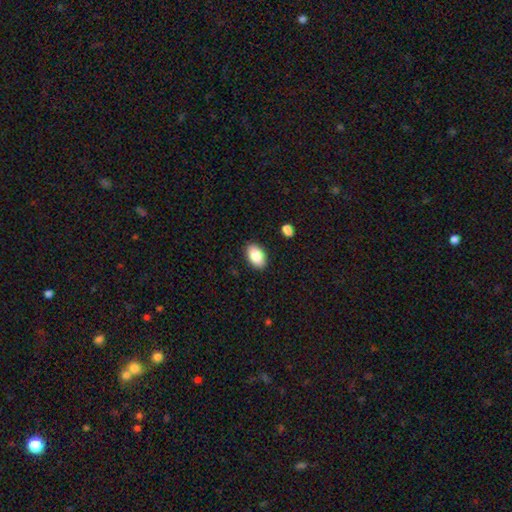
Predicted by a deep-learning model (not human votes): Smooth or featured: smooth — 85% (featured or disk — 7%)
How rounded: in between — 91% (round — 7%)
Merging: none — 88% (minor disturbance — 9%)